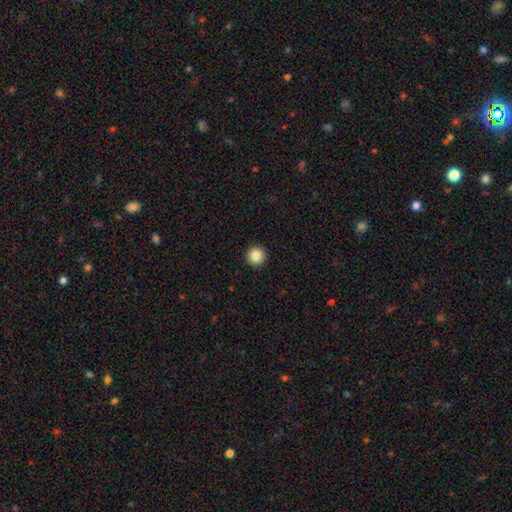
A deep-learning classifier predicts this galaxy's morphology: smooth-or-featured: smooth: 86% | star or artifact: 10% | featured or disk: 5%
  how-rounded: round: 96% | in between: 3% | cigar-shaped: 1%
  merging: none: 94% | minor disturbance: 4% | major disturbance: 1% | merger: 1%